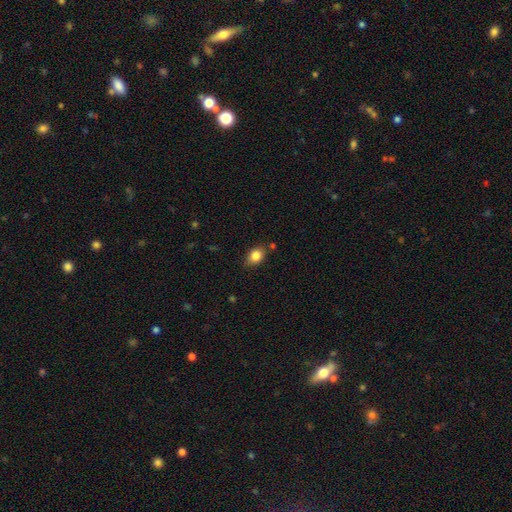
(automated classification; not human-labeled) smooth-or-featured: smooth: 84% | star or artifact: 9% | featured or disk: 7%
  how-rounded: in between: 67% | round: 31% | cigar-shaped: 2%
  merging: none: 77% | minor disturbance: 16% | merger: 4% | major disturbance: 3%